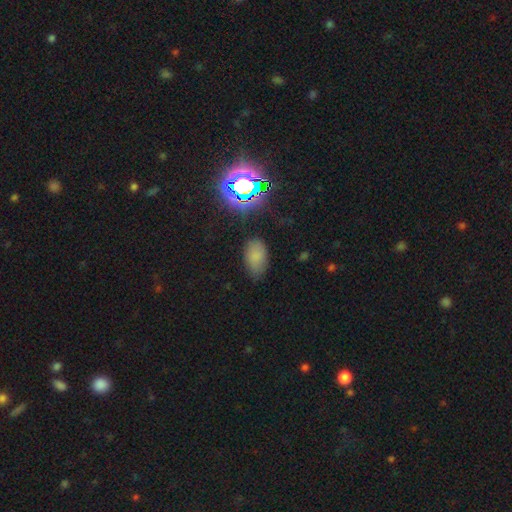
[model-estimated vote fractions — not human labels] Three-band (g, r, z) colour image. It shows a smooth galaxy with no disk features (70%) that is in between round and cigar-shaped (91%). Merging: none (74%).